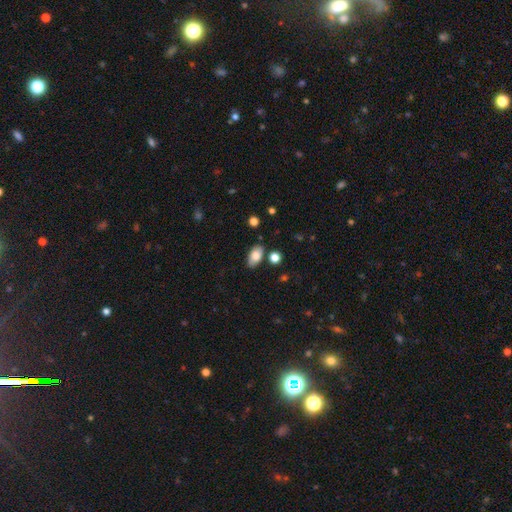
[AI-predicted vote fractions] smooth 80%, featured or disk 13%, star or artifact 8%. Down the decision tree: how rounded — in between (92%); merging — none (80%).